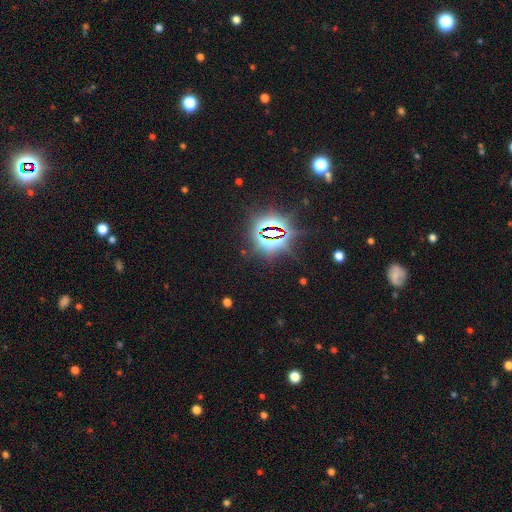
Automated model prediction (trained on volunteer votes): smooth-or-featured: star or artifact: 81% | smooth: 12% | featured or disk: 8%